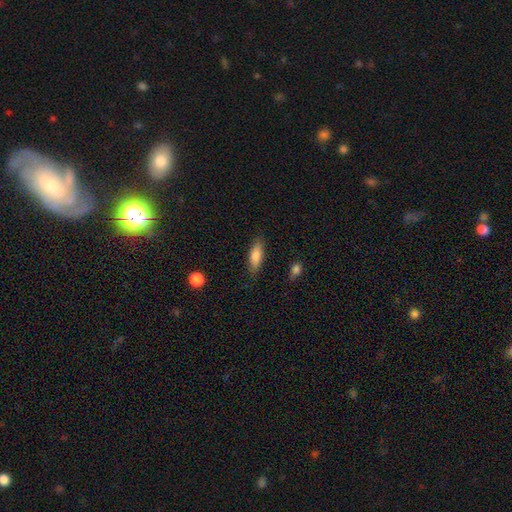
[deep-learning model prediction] This is clearly a smooth galaxy (82%). How rounded: likely in between (64%). Merging: clearly none (82%).